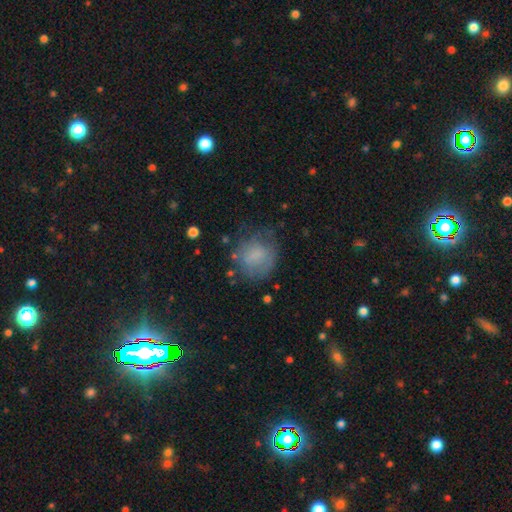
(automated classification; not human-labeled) This appears to be a smooth galaxy with no disk features (70%) that is round (77%). Merging: none (57%).